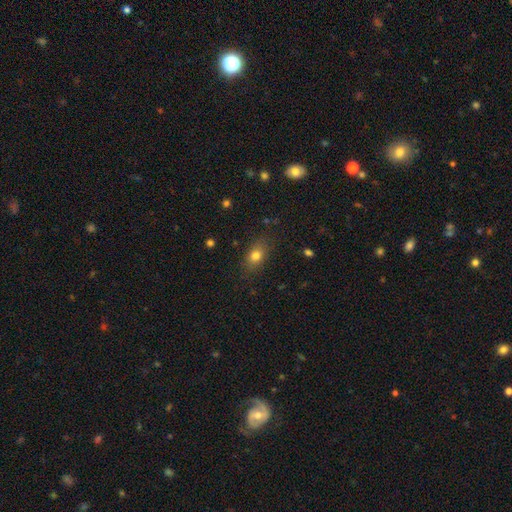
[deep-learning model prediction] This is likely a smooth galaxy (78%). How rounded: likely in between (75%). Merging: clearly none (82%).